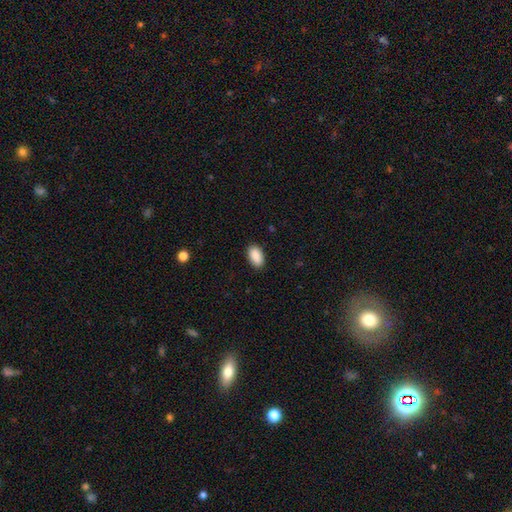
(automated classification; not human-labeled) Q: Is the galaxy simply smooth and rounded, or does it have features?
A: smooth — 90%.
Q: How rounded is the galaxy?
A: in between — 94%.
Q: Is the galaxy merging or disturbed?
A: none — 88%.